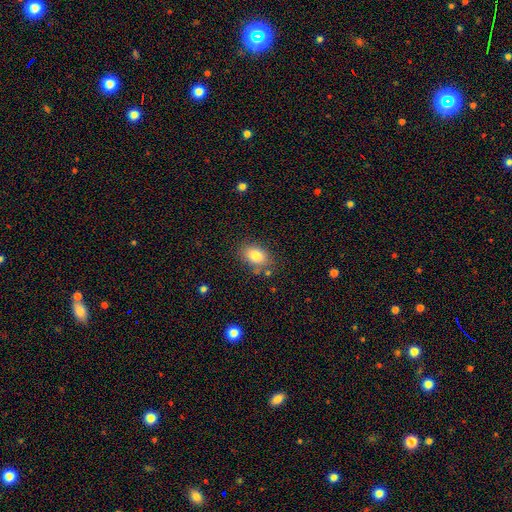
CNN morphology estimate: Q: Smooth or featured?
A: smooth (83%); runner-up: featured or disk (9%)
Q: How rounded?
A: in between (81%); runner-up: round (18%)
Q: Merging?
A: none (77%); runner-up: minor disturbance (15%)